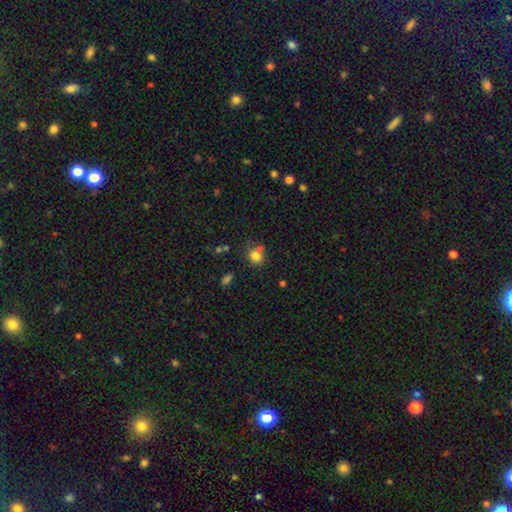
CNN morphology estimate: Overall: smooth (79%). How rounded: round (82%). Merging: none (62%).